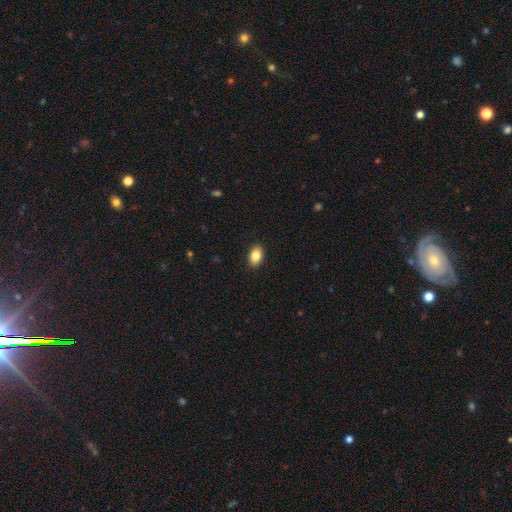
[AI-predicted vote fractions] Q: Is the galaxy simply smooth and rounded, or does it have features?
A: smooth — 87%.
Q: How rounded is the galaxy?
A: in between — 85%.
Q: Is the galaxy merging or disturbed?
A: none — 90%.